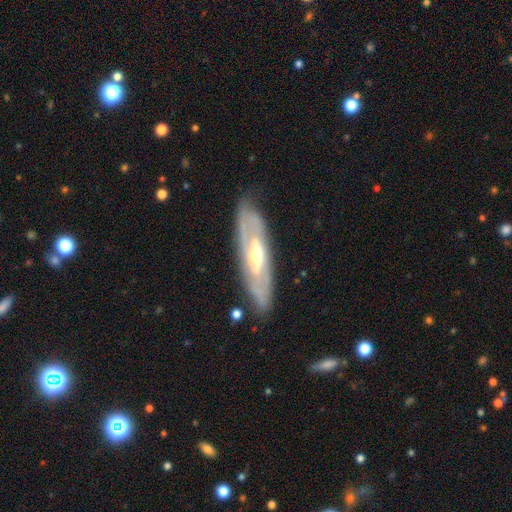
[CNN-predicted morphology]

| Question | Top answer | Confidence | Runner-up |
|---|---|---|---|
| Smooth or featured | featured or disk | 76% | smooth (19%) |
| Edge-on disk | no | 71% | yes (29%) |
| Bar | no | 40% | weak (37%) |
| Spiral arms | yes | 64% | no (36%) |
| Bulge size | moderate | 63% | small (29%) |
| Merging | none | 81% | minor disturbance (14%) |